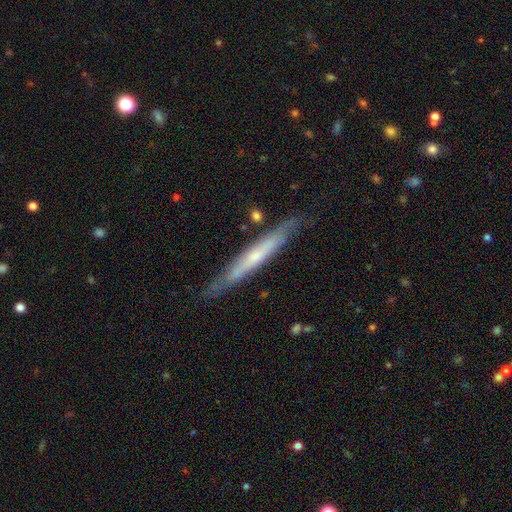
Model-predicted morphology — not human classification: smooth-or-featured: featured or disk: 60% | smooth: 35% | star or artifact: 6%
  disk-edge-on: yes: 88% | no: 12%
    edge-on-bulge: none: 56% | rounded: 37% | boxy: 7%
  merging: none: 80% | minor disturbance: 15% | major disturbance: 3% | merger: 2%